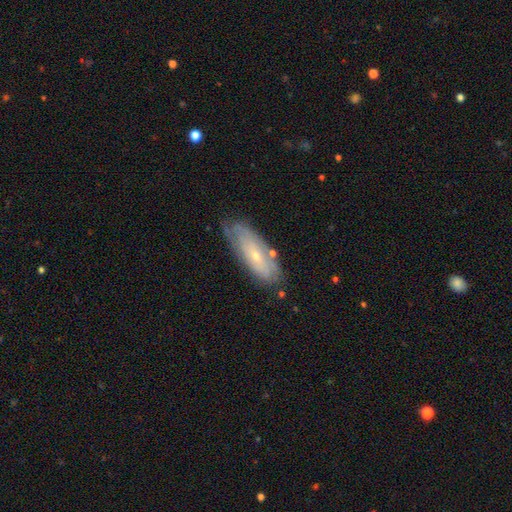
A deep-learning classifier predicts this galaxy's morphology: Smooth or featured: featured or disk — 55% (smooth — 38%)
Edge-on disk: no — 79% (yes — 21%)
Merging: none — 66% (minor disturbance — 24%)